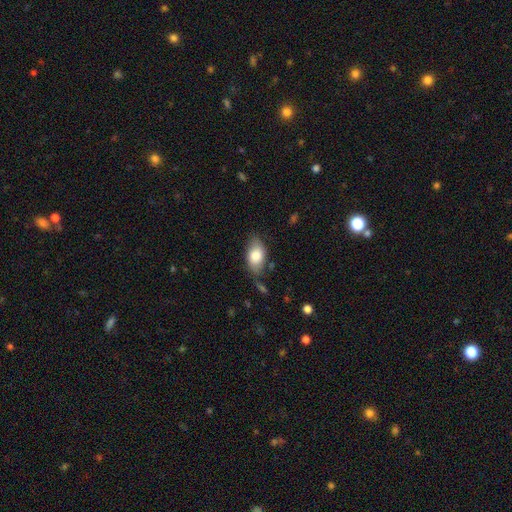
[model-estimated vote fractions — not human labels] The model was most divided on "merging": none: 68%, minor disturbance: 22%, major disturbance: 6%, merger: 4%. More confident: how rounded — in between (92%); smooth or featured — smooth (79%).